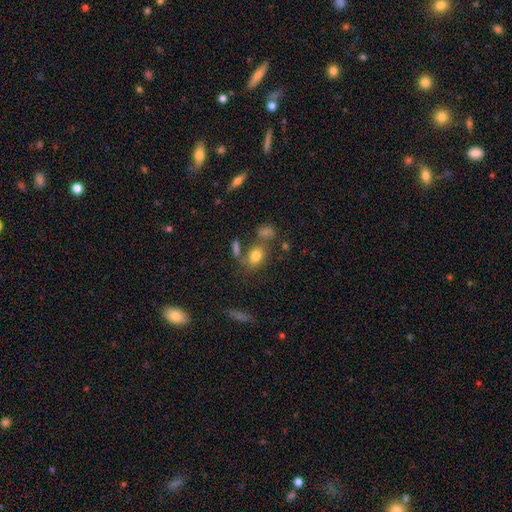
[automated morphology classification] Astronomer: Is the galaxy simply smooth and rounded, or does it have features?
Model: smooth — 77%.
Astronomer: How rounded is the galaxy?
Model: in between — 66%.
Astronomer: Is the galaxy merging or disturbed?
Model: none — 58%.